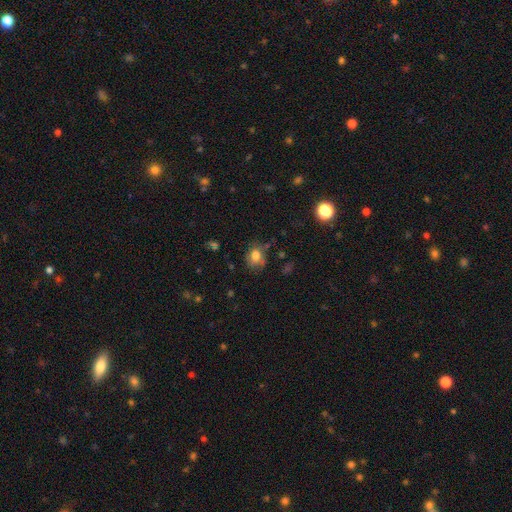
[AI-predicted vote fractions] This appears to be a smooth galaxy with no disk features (73%) that is round (53%). Merging: none (64%).